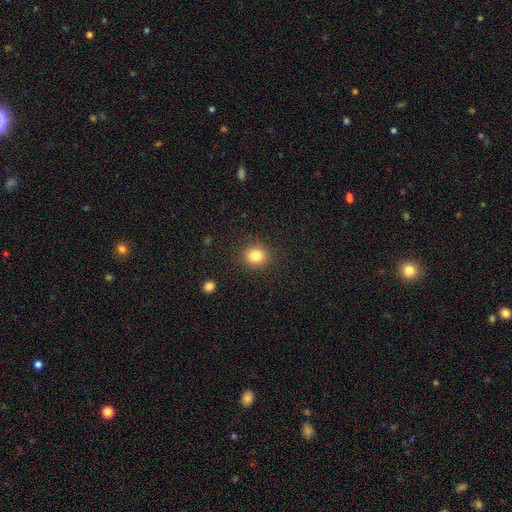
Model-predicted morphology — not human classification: Overall: smooth (83%). How rounded: round (84%). Merging: none (89%).